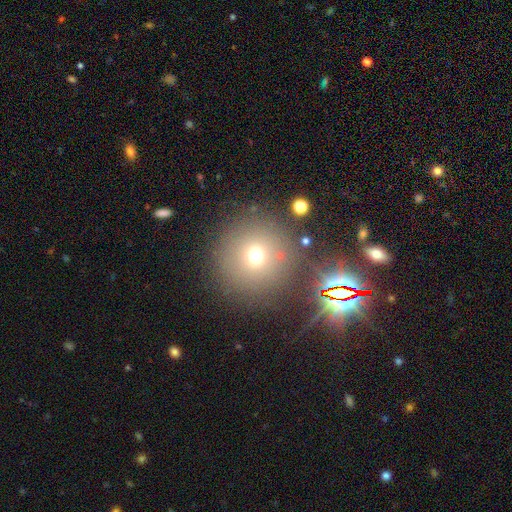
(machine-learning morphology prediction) Smooth or featured?
  - smooth: 65% *
  - star or artifact: 23%
  - featured or disk: 12%
How rounded?
  - round: 95% *
  - in between: 4%
  - cigar-shaped: 1%
Merging?
  - none: 83% *
  - minor disturbance: 8%
  - merger: 5%
  - major disturbance: 4%